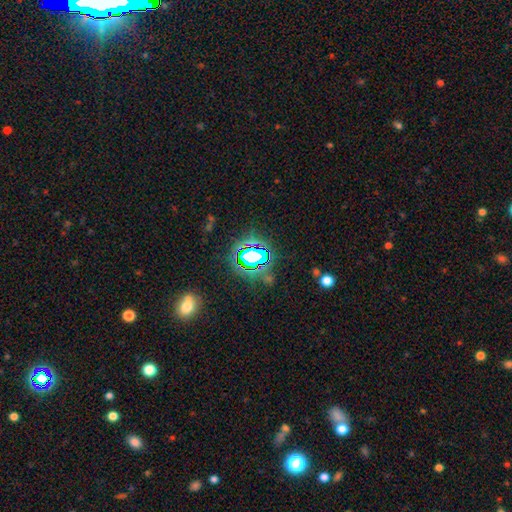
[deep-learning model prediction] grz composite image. It shows a star or artifact, not a galaxy (75%).